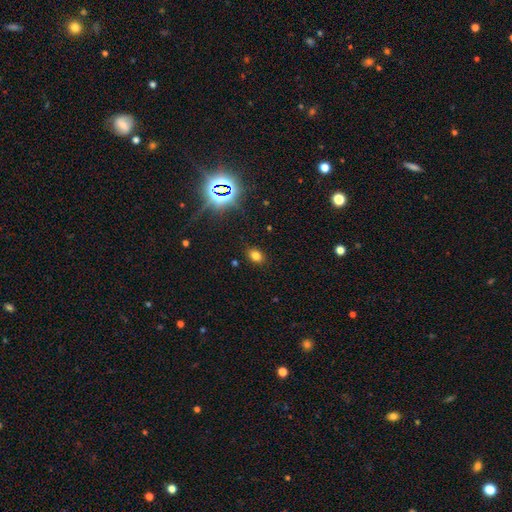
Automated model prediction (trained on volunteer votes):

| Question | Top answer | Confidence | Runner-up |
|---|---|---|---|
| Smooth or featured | smooth | 74% | star or artifact (19%) |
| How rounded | in between | 69% | round (30%) |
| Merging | none | 86% | minor disturbance (10%) |